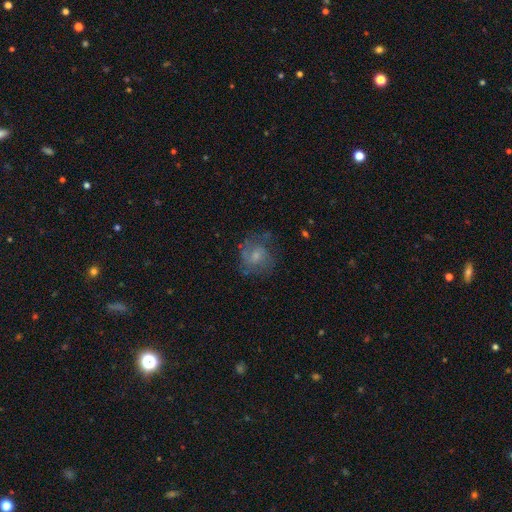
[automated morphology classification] smooth 45% (tied), featured or disk 45% (tied), star or artifact 10%. Down the decision tree: merging — none (60%).